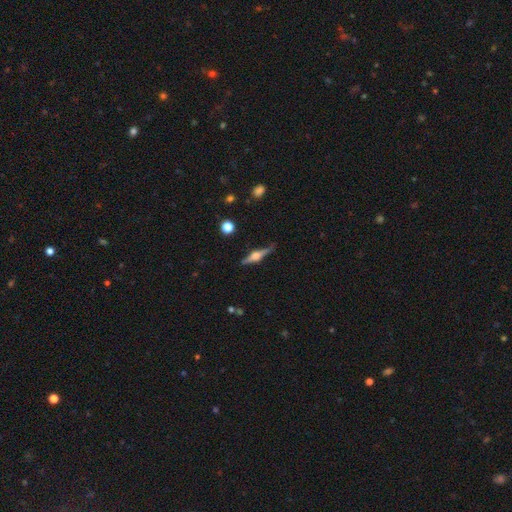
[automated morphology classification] The model was most divided on "smooth or featured": featured or disk: 75%, smooth: 18%, star or artifact: 7%. More confident: edge-on disk — yes (97%); edge-on bulge — rounded (88%); merging — none (81%).